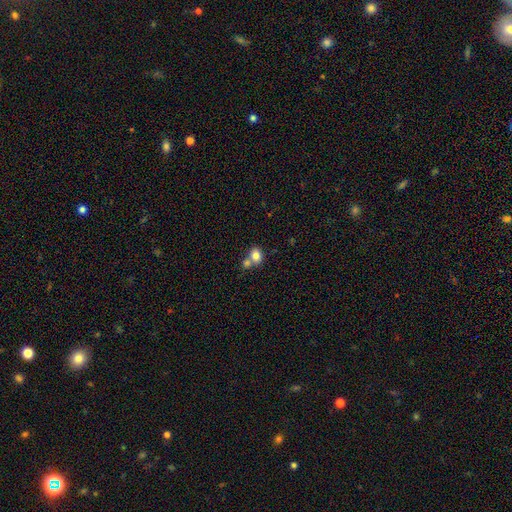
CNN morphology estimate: smooth-or-featured: smooth: 81% | featured or disk: 10% | star or artifact: 9%
  how-rounded: round: 53% | in between: 46% | cigar-shaped: 1%
  merging: merger: 47% | none: 41% | minor disturbance: 9% | major disturbance: 3%